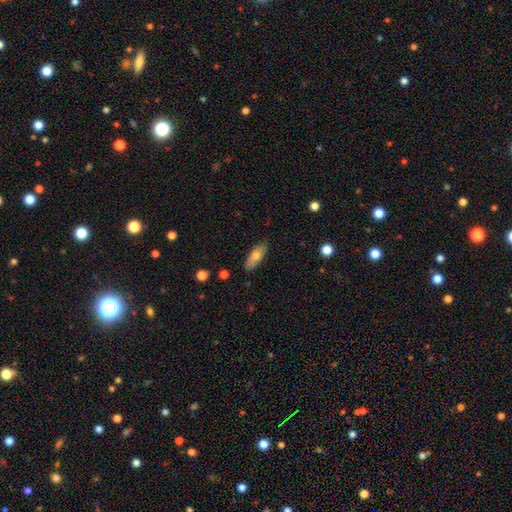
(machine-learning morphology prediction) A smooth galaxy with no disk features (71%) that is in between round and cigar-shaped (73%).

Vote fractions:
- Smooth or featured? smooth: 71% / featured or disk: 22% / star or artifact: 7%
- How rounded? in between: 73% / cigar-shaped: 24% / round: 3%
- Merging? none: 84% / minor disturbance: 12% / major disturbance: 2% / merger: 1%